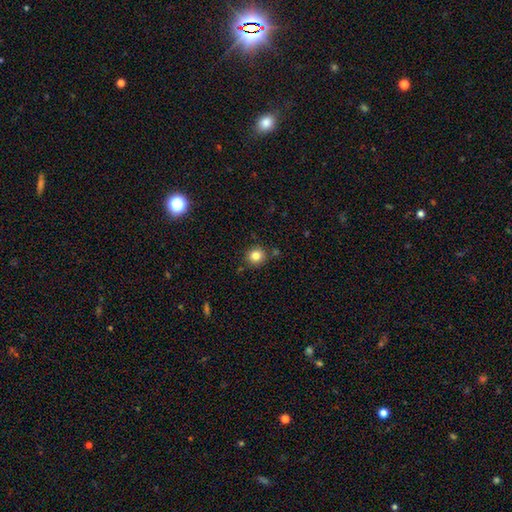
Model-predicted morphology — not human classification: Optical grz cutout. It shows a smooth galaxy with no disk features (82%) that is round (91%). Merging: none (85%).